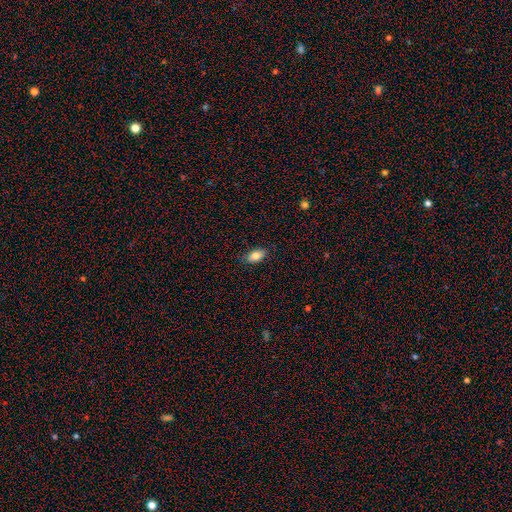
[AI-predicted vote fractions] Smooth or featured?
  - smooth: 80% *
  - featured or disk: 12%
  - star or artifact: 8%
How rounded?
  - in between: 90% *
  - cigar-shaped: 6%
  - round: 4%
Merging?
  - none: 86% *
  - minor disturbance: 11%
  - major disturbance: 2%
  - merger: 1%